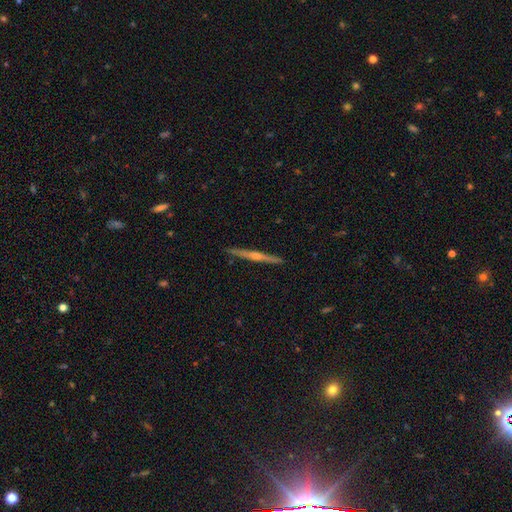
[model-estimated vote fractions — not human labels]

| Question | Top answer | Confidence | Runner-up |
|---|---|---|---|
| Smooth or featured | featured or disk | 64% | smooth (22%) |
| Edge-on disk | yes | 95% | no (5%) |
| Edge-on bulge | rounded | 69% | none (22%) |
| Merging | none | 88% | minor disturbance (8%) |